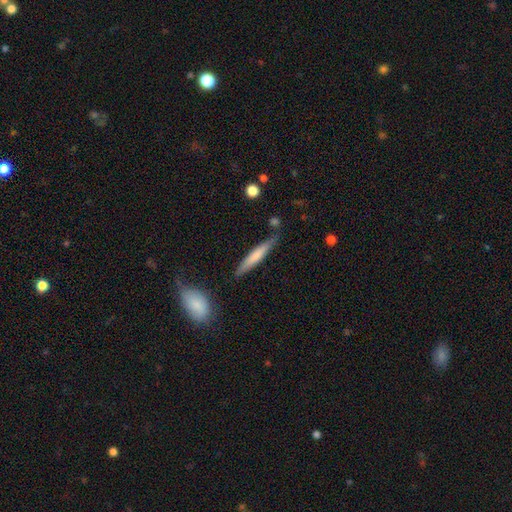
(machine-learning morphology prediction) smooth 64%, featured or disk 31%, star or artifact 5%. Down the decision tree: how rounded — cigar-shaped (92%); merging — none (79%).